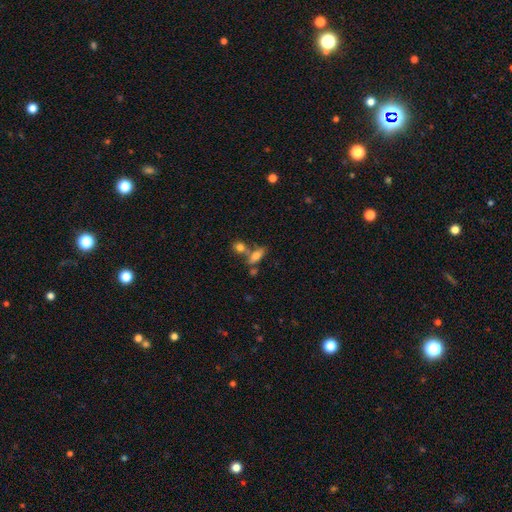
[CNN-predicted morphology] Smooth or featured? smooth (71%)
How rounded? in between (65%)
Merging? none (50%)